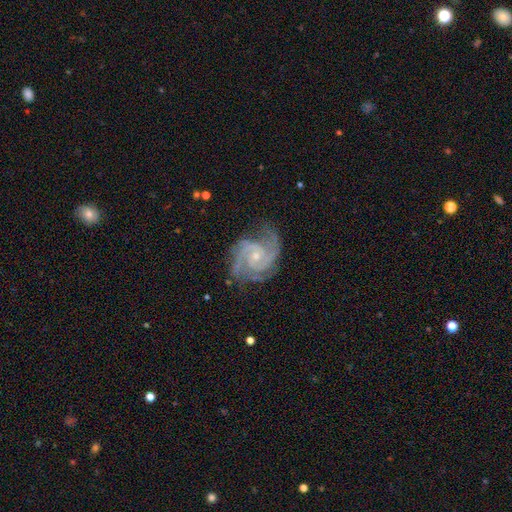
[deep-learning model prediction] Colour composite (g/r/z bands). It shows a featured or disk galaxy (92%) with no bar (64%), 2 (40%) tight (54%) spiral arms (98%) and a small central bulge (65%). Merging: none (72%).